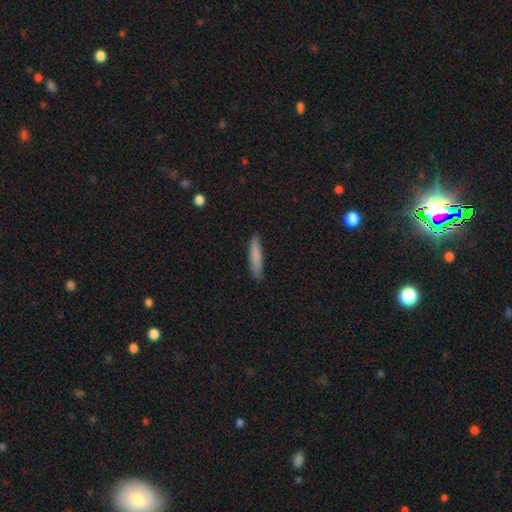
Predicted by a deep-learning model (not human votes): A smooth galaxy with no disk features (82%) that is cigar-shaped (87%). Merging: none (86%).